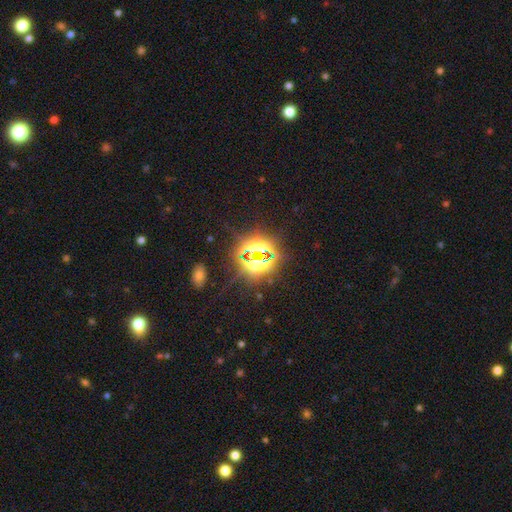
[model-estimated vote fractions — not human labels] Overall: star or artifact (81%).